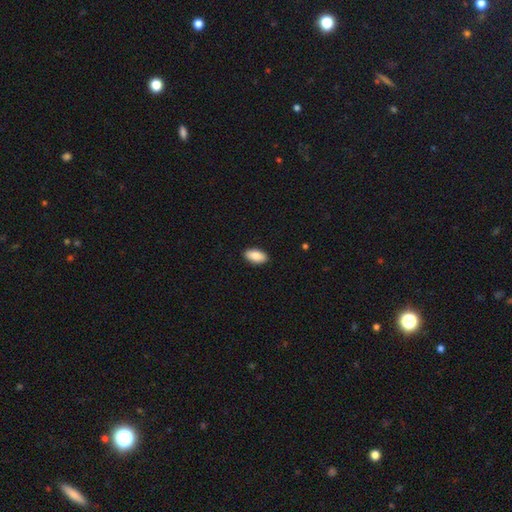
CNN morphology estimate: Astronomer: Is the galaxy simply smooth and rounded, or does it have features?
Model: smooth — 88%.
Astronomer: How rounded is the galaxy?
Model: in between — 93%.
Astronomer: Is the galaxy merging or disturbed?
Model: none — 90%.